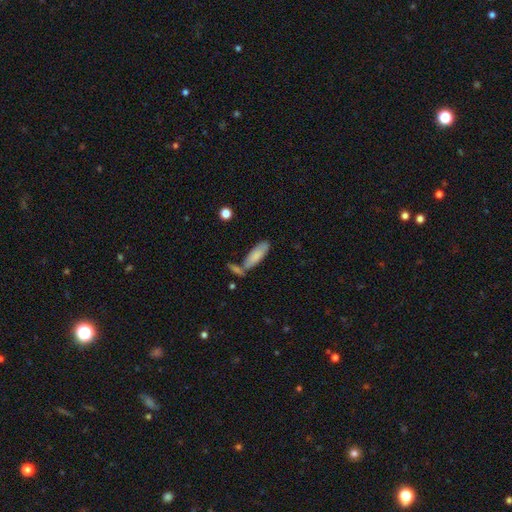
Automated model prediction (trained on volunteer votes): smooth 79%, featured or disk 14%, star or artifact 6%. Down the decision tree: how rounded — in between (60%); merging — none (57%).